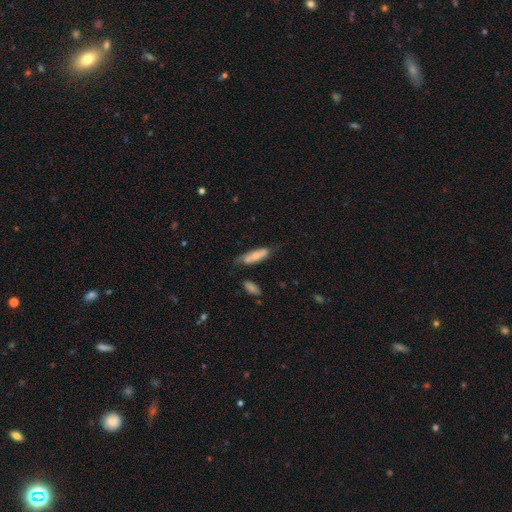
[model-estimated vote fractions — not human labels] Q: Smooth or featured?
A: smooth (60%); runner-up: featured or disk (34%)
Q: How rounded?
A: cigar-shaped (51%); runner-up: in between (47%)
Q: Merging?
A: none (54%); runner-up: minor disturbance (27%)